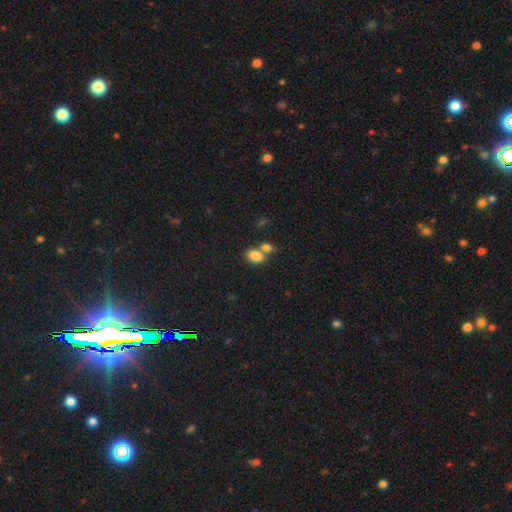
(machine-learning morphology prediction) Overall: smooth (83%). How rounded: in between (86%). Merging: merger (45%; none 41%).